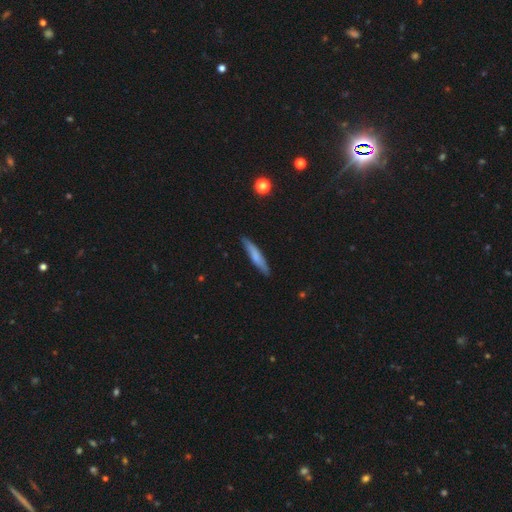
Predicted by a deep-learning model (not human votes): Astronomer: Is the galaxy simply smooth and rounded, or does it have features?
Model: smooth — 65%.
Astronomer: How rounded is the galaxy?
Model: cigar-shaped — 91%.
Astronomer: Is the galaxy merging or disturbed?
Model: none — 88%.